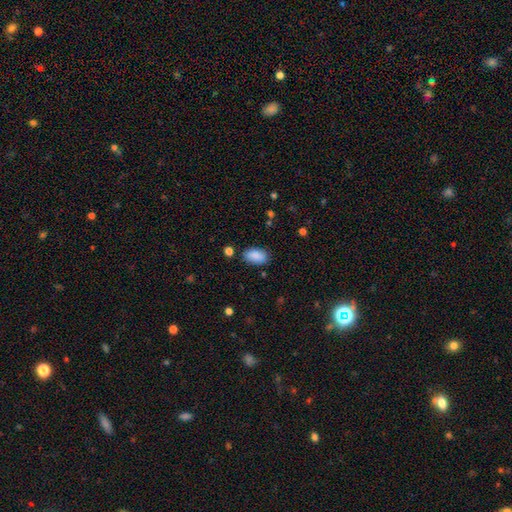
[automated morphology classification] Smooth or featured: smooth — 88% (star or artifact — 7%)
How rounded: in between — 93% (round — 5%)
Merging: none — 82% (minor disturbance — 12%)